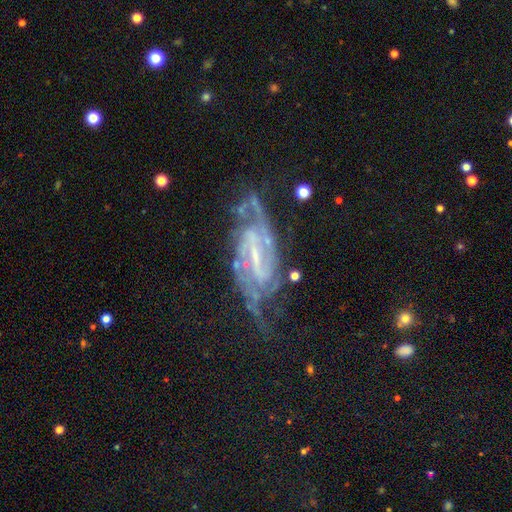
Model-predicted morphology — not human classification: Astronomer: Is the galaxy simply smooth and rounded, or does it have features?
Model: featured or disk — 88%.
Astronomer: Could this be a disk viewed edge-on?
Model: no — 95%.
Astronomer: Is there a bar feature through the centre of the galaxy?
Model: strong — 49% (runner-up: weak, 39%).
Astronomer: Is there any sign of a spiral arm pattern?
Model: yes — 97%.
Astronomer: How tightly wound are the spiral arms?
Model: medium — 45% (runner-up: tight, 43%).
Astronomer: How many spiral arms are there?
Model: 2 — 65%.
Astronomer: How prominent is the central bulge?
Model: small — 57%.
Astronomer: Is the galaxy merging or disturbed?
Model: none — 65%.